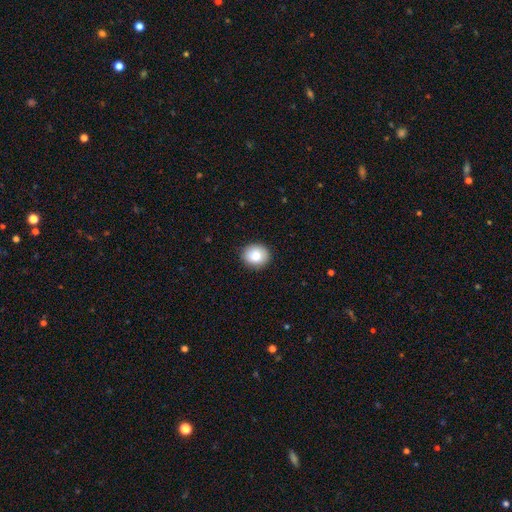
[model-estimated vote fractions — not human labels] The model was most divided on "how rounded": round: 73%, in between: 26%, cigar-shaped: 1%. More confident: merging — none (90%); smooth or featured — smooth (83%).